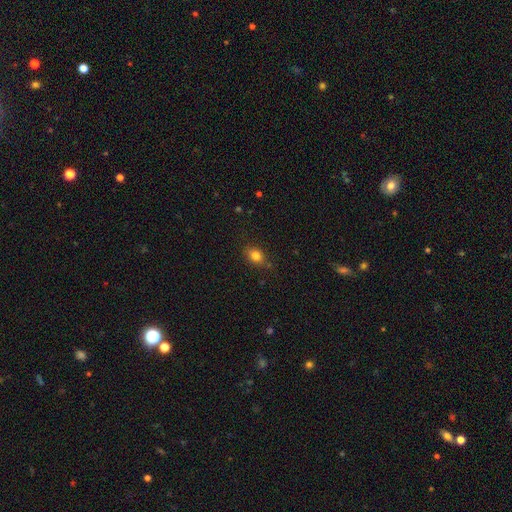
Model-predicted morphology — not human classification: The model was most divided on "how rounded": in between: 66%, round: 31%, cigar-shaped: 2%. More confident: smooth or featured — smooth (81%); merging — none (77%).